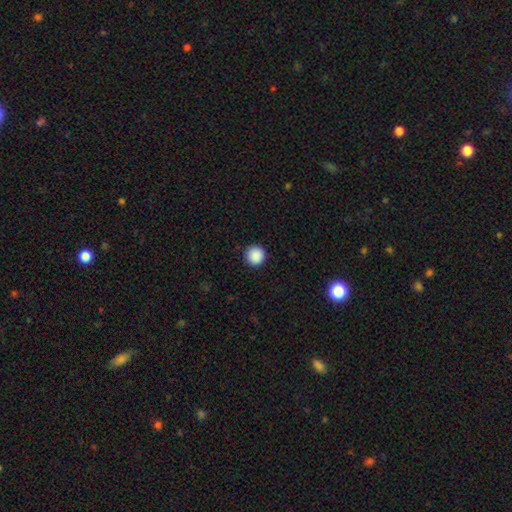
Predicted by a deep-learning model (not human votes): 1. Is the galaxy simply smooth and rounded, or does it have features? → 89% smooth, 8% star or artifact, 2% featured or disk.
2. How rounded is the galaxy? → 96% round, 3% in between, 1% cigar-shaped.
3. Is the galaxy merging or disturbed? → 92% none, 5% minor disturbance, 2% major disturbance, 1% merger.